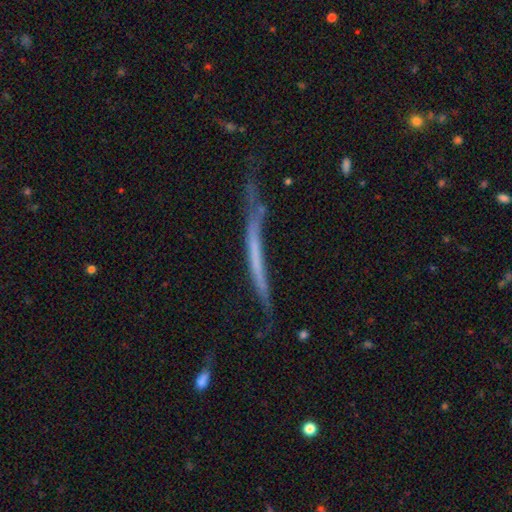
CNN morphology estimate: This appears to be a featured or disk galaxy (53%) viewed edge-on (86%). Merging: none (47%).